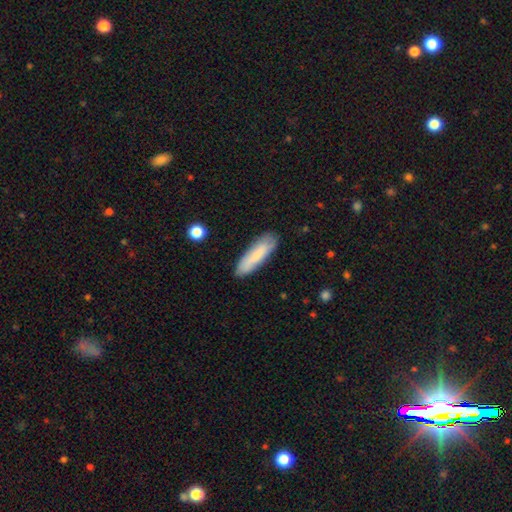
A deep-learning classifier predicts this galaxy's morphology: Smooth or featured? smooth (75%)
How rounded? cigar-shaped (60%)
Merging? none (84%)